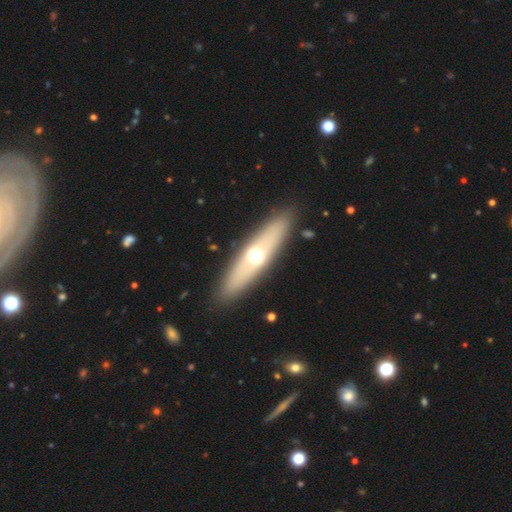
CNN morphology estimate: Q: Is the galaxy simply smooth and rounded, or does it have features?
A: featured or disk — 48%.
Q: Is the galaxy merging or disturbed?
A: none — 89%.